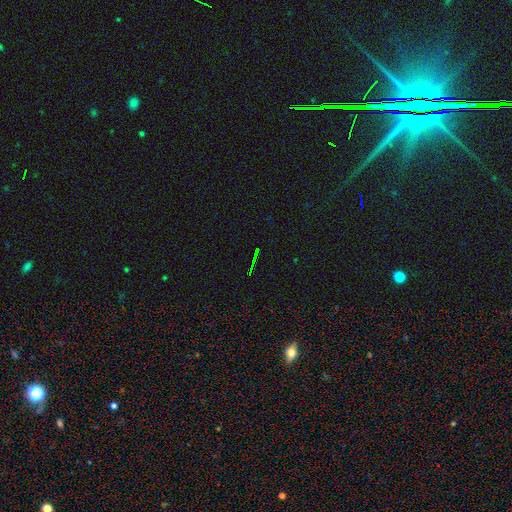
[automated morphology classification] The model was most divided on "smooth or featured": star or artifact: 76%, featured or disk: 13%, smooth: 11%.